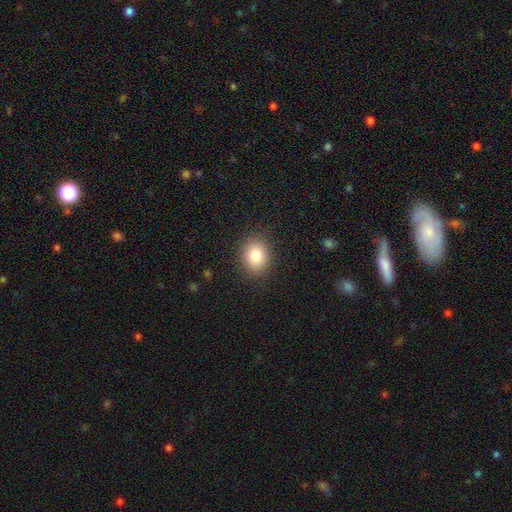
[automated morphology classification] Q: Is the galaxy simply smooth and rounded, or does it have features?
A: smooth — 83%.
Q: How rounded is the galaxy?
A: round — 50%.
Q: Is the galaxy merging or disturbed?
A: none — 88%.